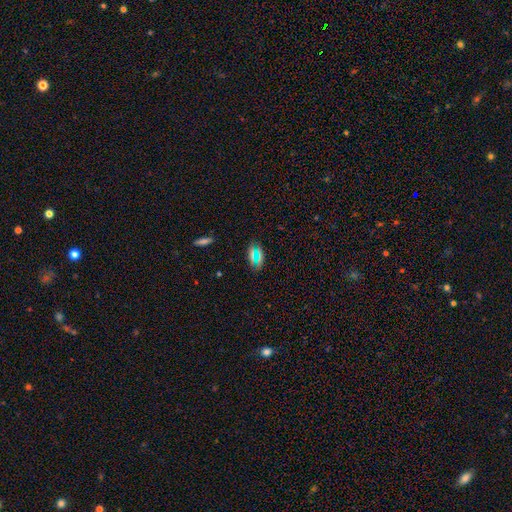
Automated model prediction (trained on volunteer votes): smooth_or_featured: smooth (p=0.58) [alt: star or artifact p=0.27]
how_rounded: in between (p=0.81) [alt: cigar-shaped p=0.10]
merging: none (p=0.71) [alt: minor disturbance p=0.17]